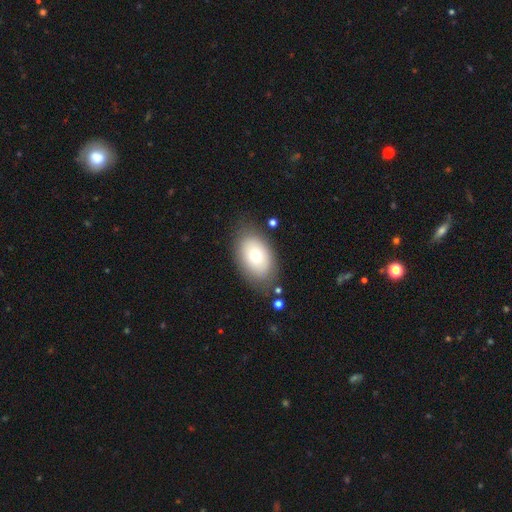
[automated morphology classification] Smooth or featured? smooth (71%)
How rounded? in between (86%)
Merging? none (79%)